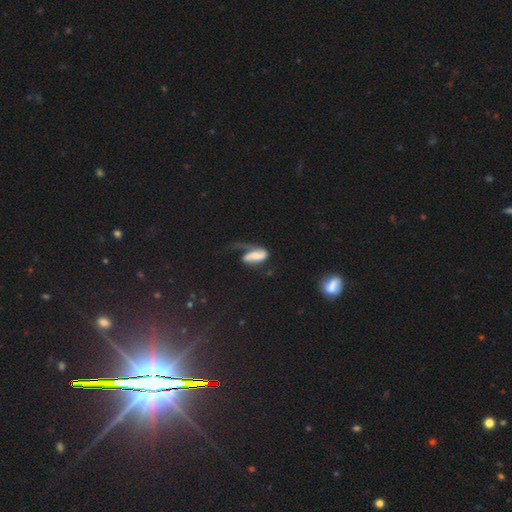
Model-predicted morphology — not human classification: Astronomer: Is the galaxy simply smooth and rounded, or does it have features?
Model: featured or disk — 47% (runner-up: smooth, 44%).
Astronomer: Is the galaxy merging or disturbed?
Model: major disturbance — 50%.